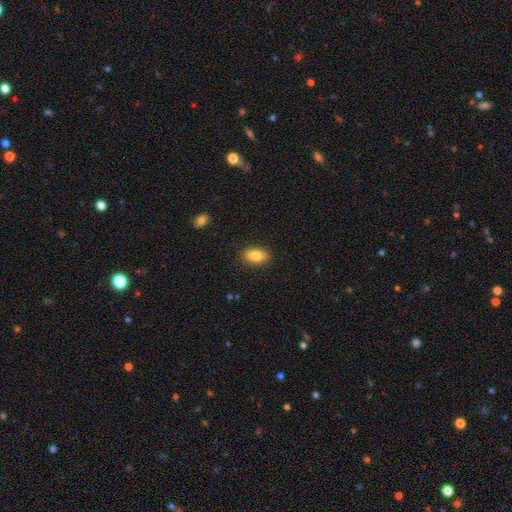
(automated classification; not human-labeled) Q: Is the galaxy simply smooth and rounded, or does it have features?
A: smooth — 83%.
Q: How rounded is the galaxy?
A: in between — 88%.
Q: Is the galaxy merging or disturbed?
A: none — 88%.